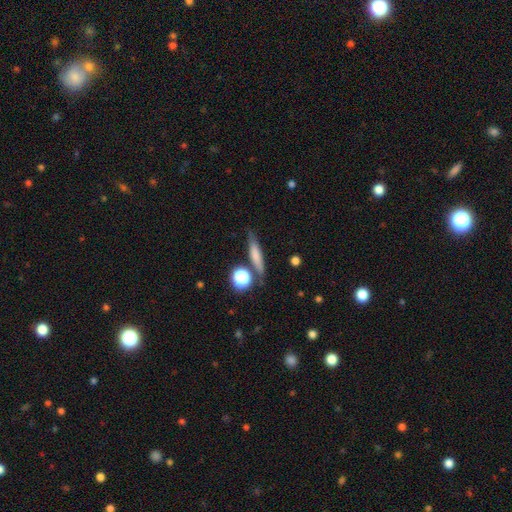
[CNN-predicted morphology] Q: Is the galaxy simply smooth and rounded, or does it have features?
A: smooth — 68%.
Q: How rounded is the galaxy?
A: cigar-shaped — 73%.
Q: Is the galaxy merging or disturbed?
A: none — 75%.